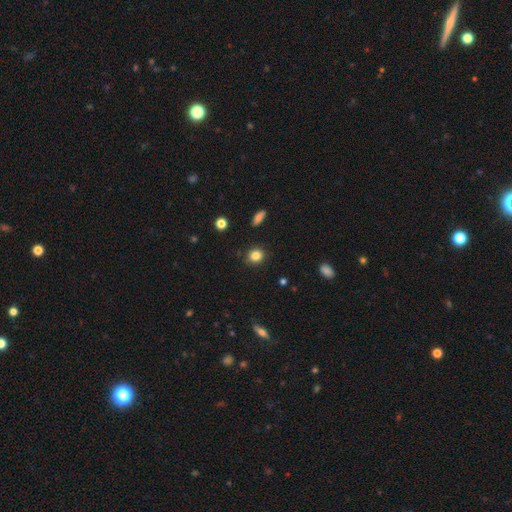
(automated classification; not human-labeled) Smooth or featured: smooth — 85% (star or artifact — 10%)
How rounded: round — 73% (in between — 25%)
Merging: none — 88% (minor disturbance — 9%)